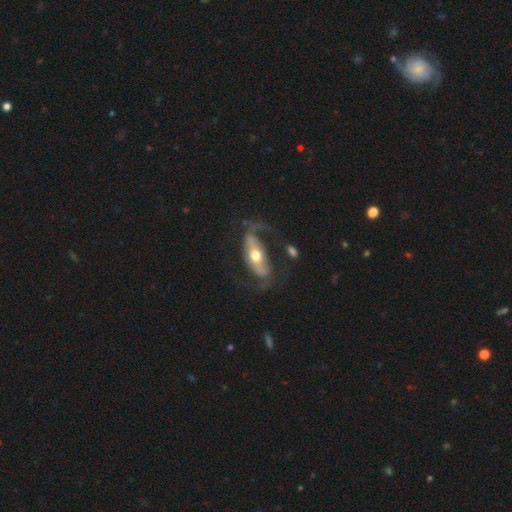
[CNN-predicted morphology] This appears to be a featured or disk galaxy (74%) with no bar (39%), spiral arms (78%) and a moderate central bulge (72%). Merging: none (55%).